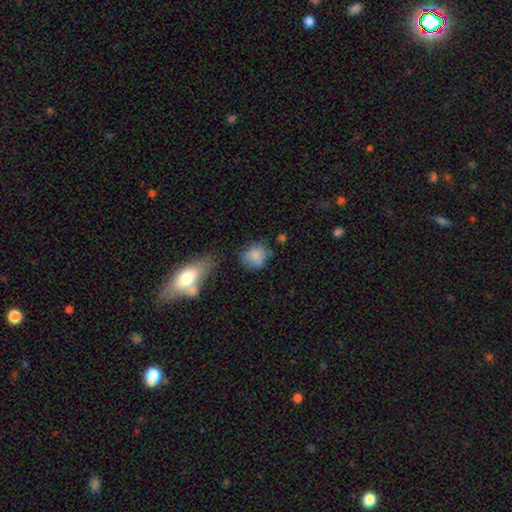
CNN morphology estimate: A smooth galaxy with no disk features (81%) that is round (67%). Merging: none (52%).